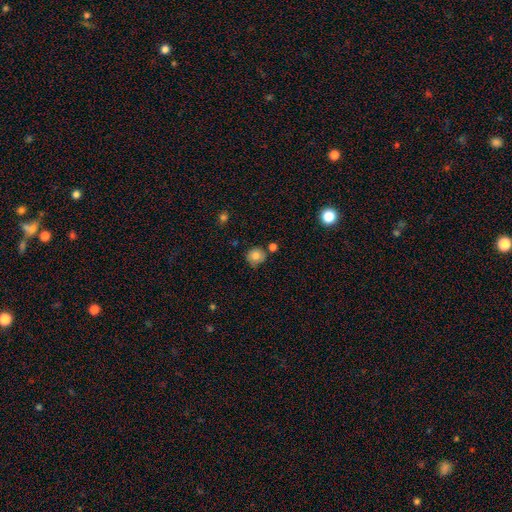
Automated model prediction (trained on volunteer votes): The model was most divided on "merging": none: 69%, minor disturbance: 19%, merger: 7%, major disturbance: 5%. More confident: how rounded — round (88%); smooth or featured — smooth (76%).